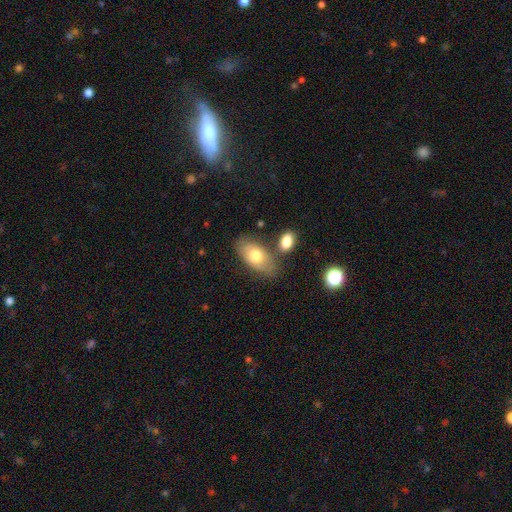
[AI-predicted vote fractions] smooth 71%, featured or disk 22%, star or artifact 7%. Down the decision tree: how rounded — in between (92%); merging — none (65%).